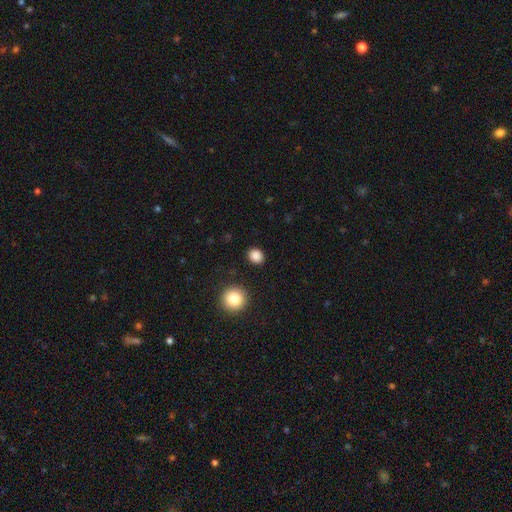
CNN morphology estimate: Smooth or featured? smooth (86%)
How rounded? round (64%)
Merging? none (89%)